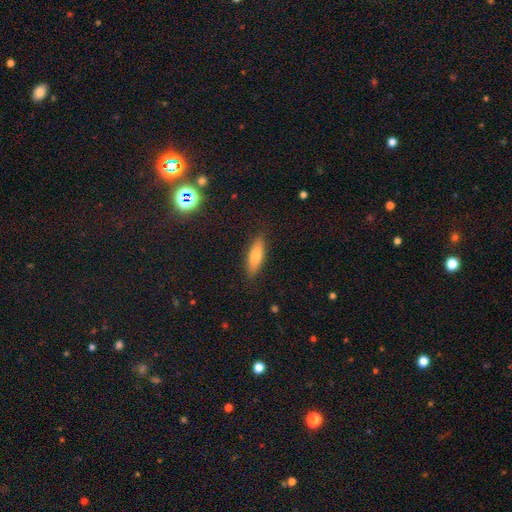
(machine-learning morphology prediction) smooth-or-featured: smooth: 77% | featured or disk: 16% | star or artifact: 7%
  how-rounded: in between: 51% | cigar-shaped: 47% | round: 2%
  merging: none: 85% | minor disturbance: 11% | major disturbance: 3% | merger: 1%